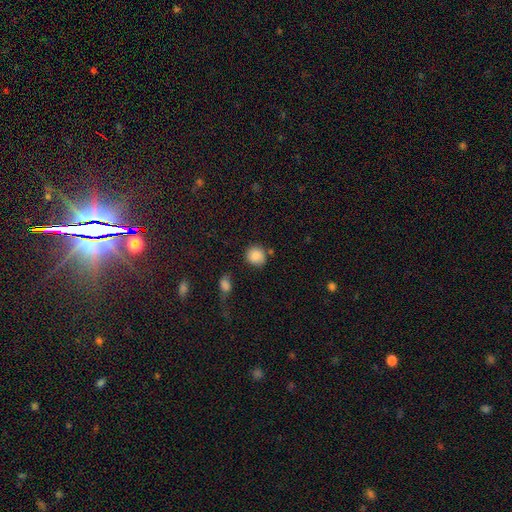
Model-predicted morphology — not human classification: This is clearly a smooth galaxy (86%). How rounded: clearly round (87%). Merging: likely none (75%).